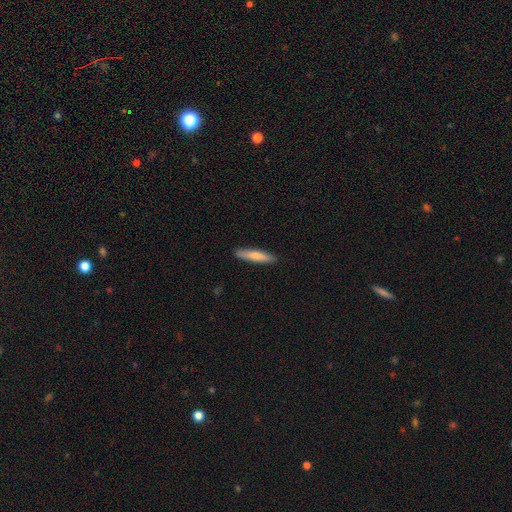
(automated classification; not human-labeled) smooth_or_featured: smooth (p=0.72) [alt: featured or disk p=0.22]
how_rounded: cigar-shaped (p=0.86) [alt: in between p=0.13]
merging: none (p=0.90) [alt: minor disturbance p=0.07]